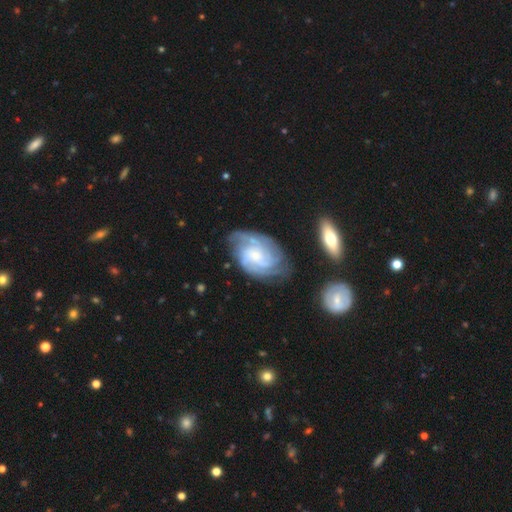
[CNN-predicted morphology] A featured or disk galaxy (85%) with no bar (63%), 3 (28%) tight (59%) spiral arms (97%) and a small central bulge (67%).

Vote fractions:
- Smooth or featured? featured or disk: 85% / smooth: 10% / star or artifact: 6%
- Edge-on disk? no: 97% / yes: 3%
- Bar? no: 63% / weak: 31% / strong: 6%
- Spiral arms? yes: 97% / no: 3%
- Spiral winding? tight: 59% / medium: 34% / loose: 7%
- Spiral arm count? 3: 28% / can't tell: 25% / 2: 19% / 4: 17% / more than 4: 6% / 1: 5%
- Bulge size? small: 67% / moderate: 23% / none: 6% / large: 3% / dominant: 1%
- Merging? none: 68% / minor disturbance: 20% / major disturbance: 9% / merger: 3%